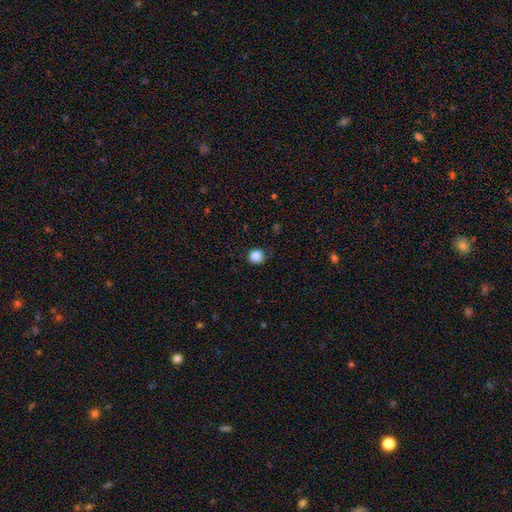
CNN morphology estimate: Smooth or featured? smooth (85%)
How rounded? round (84%)
Merging? none (75%)